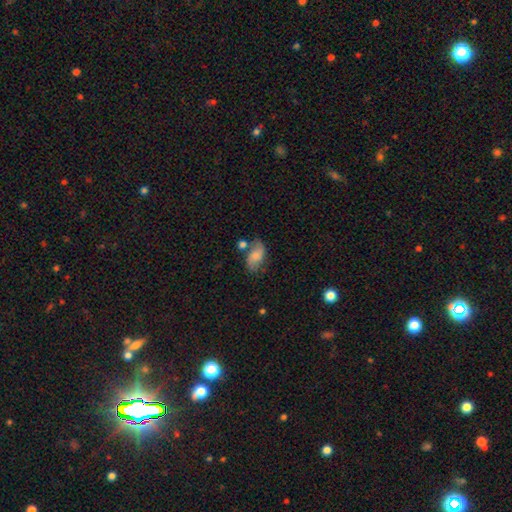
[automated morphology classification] The model was most divided on "smooth or featured": smooth: 61%, featured or disk: 30%, star or artifact: 8%. More confident: how rounded — in between (90%); merging — none (54%).